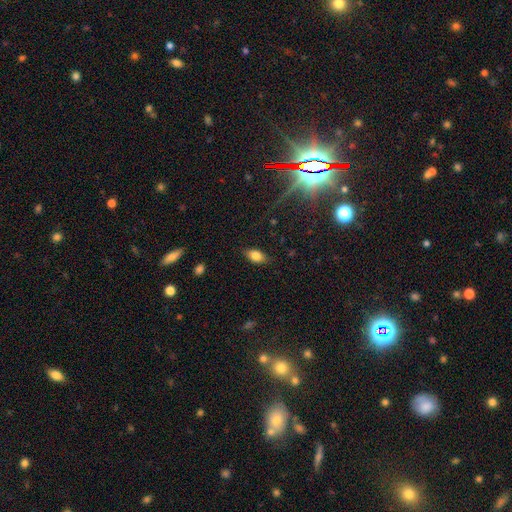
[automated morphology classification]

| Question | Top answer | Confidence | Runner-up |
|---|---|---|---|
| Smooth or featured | smooth | 80% | featured or disk (11%) |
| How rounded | in between | 88% | round (8%) |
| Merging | none | 82% | minor disturbance (14%) |